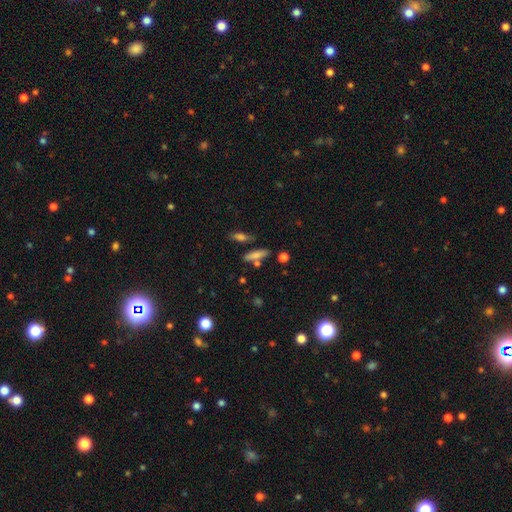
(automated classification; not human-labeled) The model was most divided on "how rounded": cigar-shaped: 65%, in between: 31%, round: 5%. More confident: smooth or featured — smooth (74%); merging — none (70%).